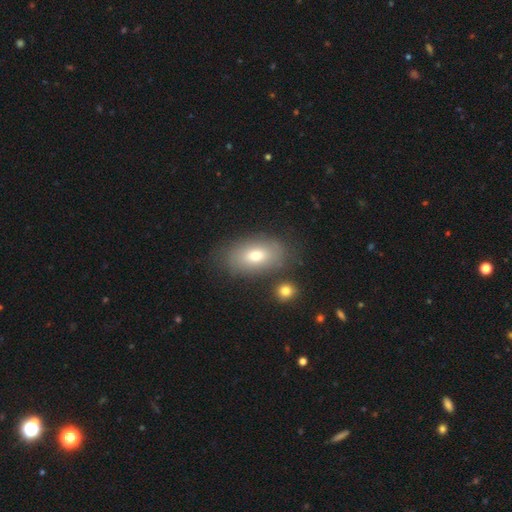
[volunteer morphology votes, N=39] Overall: smooth (74%). How rounded: in between (86%). Merging: none (83%).